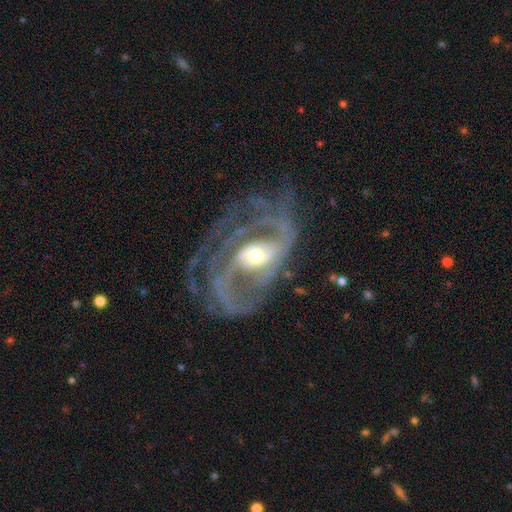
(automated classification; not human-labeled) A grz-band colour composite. It shows a featured or disk galaxy (89%) with no bar (38%), 2 (49%) medium (44%) spiral arms (92%) and a moderate central bulge (61%). Merging: none (48%).